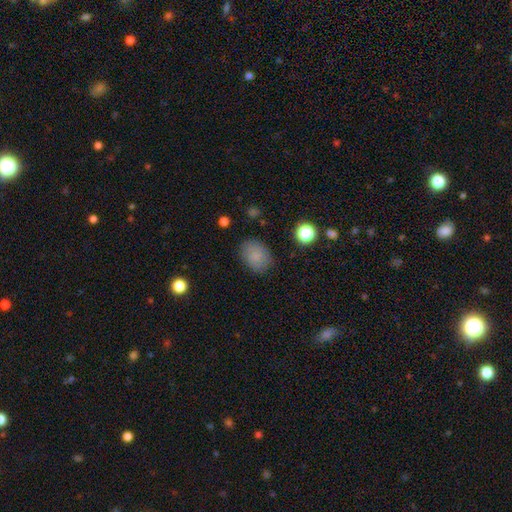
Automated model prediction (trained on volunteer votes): Morphology: type=smooth (83%); roundness=in between (65%); merging=none (82%).